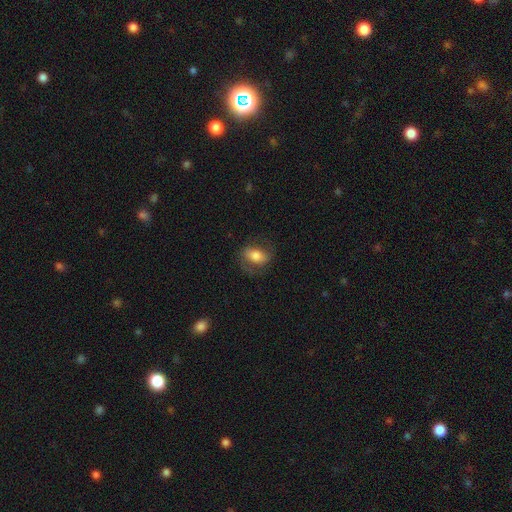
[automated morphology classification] Smooth or featured? Predicted: smooth (p=0.61). How rounded? Predicted: in between (p=0.82). Merging? Predicted: none (p=0.68).